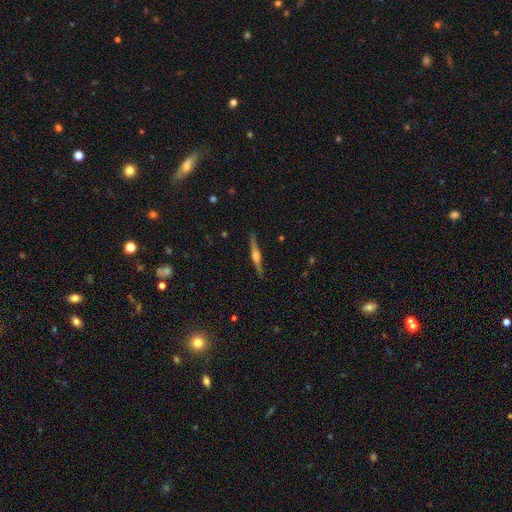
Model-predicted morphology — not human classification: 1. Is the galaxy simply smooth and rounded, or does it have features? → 81% featured or disk, 13% smooth, 6% star or artifact.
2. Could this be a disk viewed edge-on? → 98% yes, 2% no.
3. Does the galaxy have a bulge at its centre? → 86% rounded, 11% boxy, 3% none.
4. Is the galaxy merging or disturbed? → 91% none, 7% minor disturbance, 1% major disturbance, 1% merger.